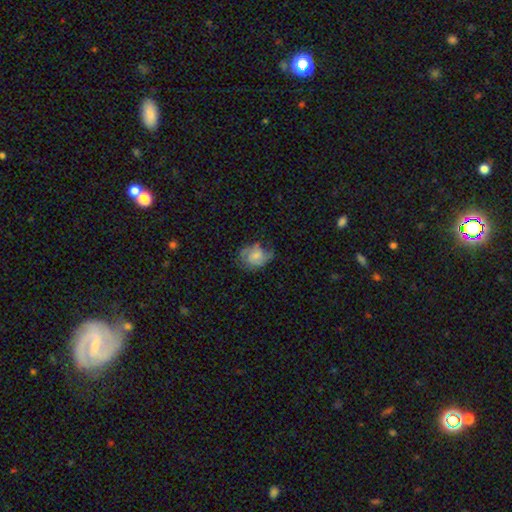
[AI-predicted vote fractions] This appears to be a smooth galaxy with no disk features (52%) that is in between round and cigar-shaped (55%). Merging: none (50%).